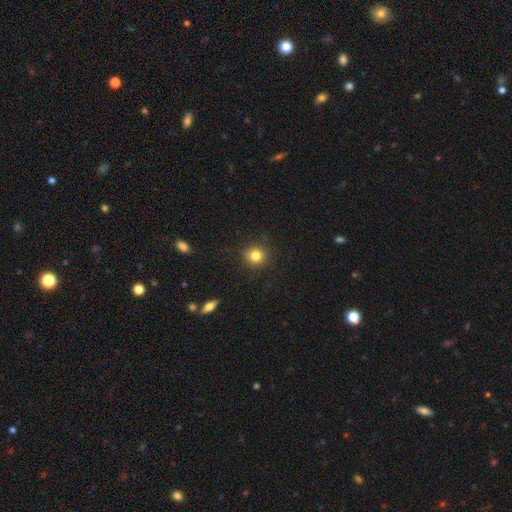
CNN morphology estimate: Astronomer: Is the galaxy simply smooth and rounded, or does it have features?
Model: smooth — 82%.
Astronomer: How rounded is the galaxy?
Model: round — 90%.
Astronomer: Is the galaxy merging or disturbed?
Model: none — 86%.